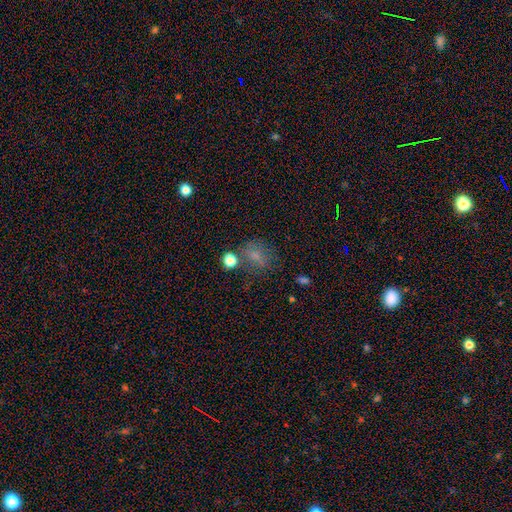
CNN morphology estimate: Q: Smooth or featured?
A: smooth (67%); runner-up: star or artifact (18%)
Q: How rounded?
A: in between (49%); tied with: round (49%)
Q: Merging?
A: none (55%); runner-up: minor disturbance (21%)